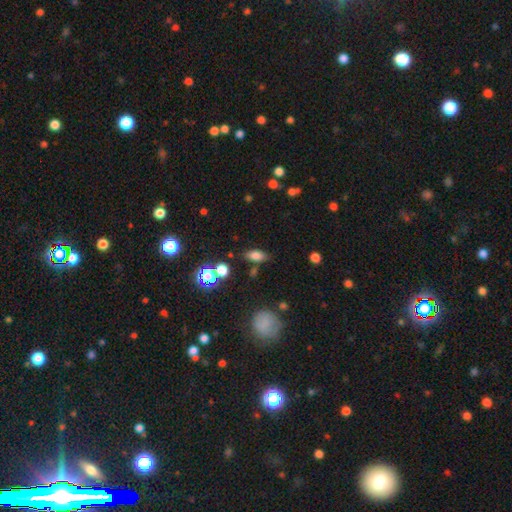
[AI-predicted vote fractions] Morphology: type=smooth (75%); roundness=in between (81%); merging=none (77%).